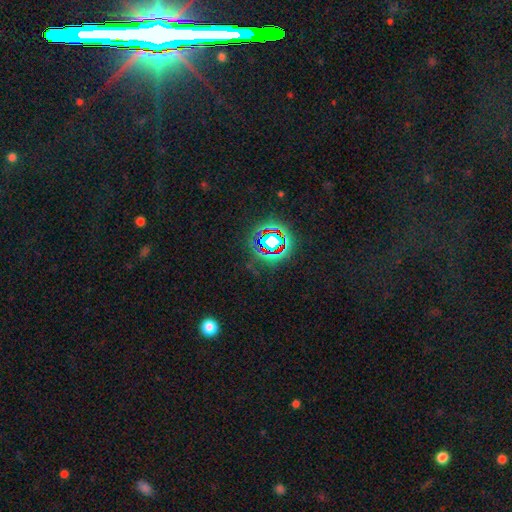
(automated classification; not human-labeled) Morphology: type=star or artifact (74%).